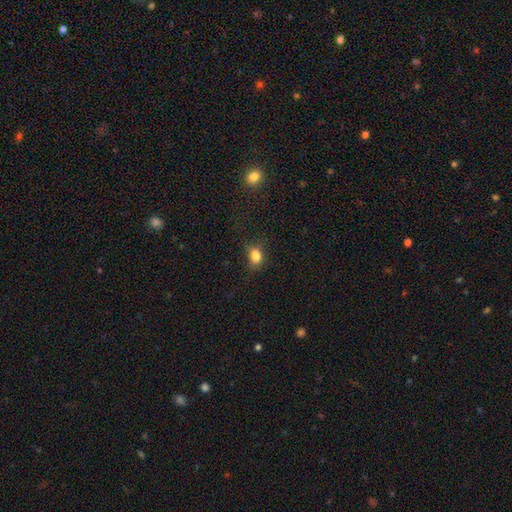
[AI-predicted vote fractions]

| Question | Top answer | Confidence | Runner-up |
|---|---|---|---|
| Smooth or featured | smooth | 83% | star or artifact (12%) |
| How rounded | in between | 60% | round (38%) |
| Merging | none | 72% | minor disturbance (19%) |